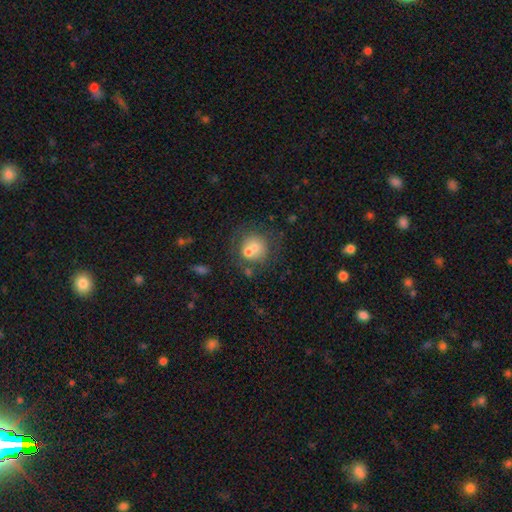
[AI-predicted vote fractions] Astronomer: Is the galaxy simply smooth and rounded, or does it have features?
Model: smooth — 61%.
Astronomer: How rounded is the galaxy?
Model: round — 82%.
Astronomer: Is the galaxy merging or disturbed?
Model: none — 53%.